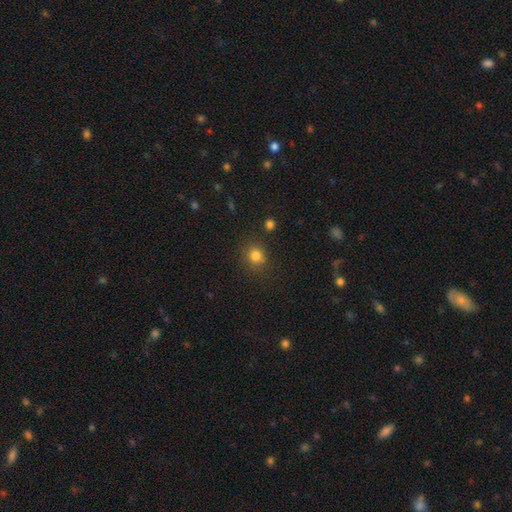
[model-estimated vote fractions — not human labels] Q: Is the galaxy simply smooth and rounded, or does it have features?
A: smooth — 81%.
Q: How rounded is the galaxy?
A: round — 83%.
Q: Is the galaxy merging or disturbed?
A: none — 80%.